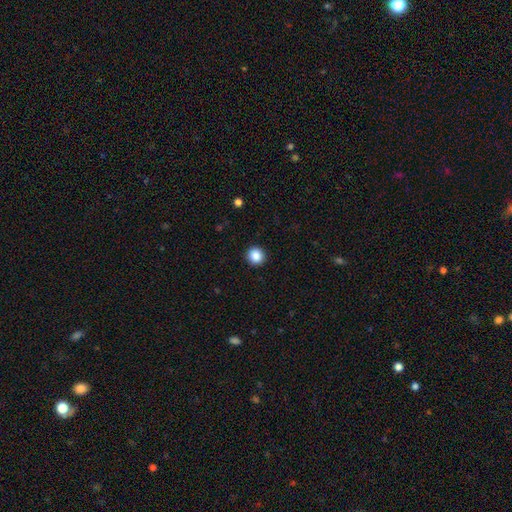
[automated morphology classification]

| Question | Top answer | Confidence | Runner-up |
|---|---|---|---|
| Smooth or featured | smooth | 87% | star or artifact (9%) |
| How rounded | round | 90% | in between (9%) |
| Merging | none | 92% | minor disturbance (5%) |